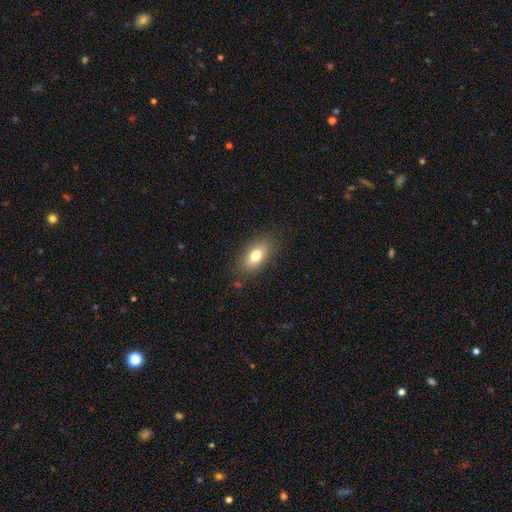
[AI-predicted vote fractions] Smooth or featured? smooth (76%)
How rounded? in between (86%)
Merging? none (83%)